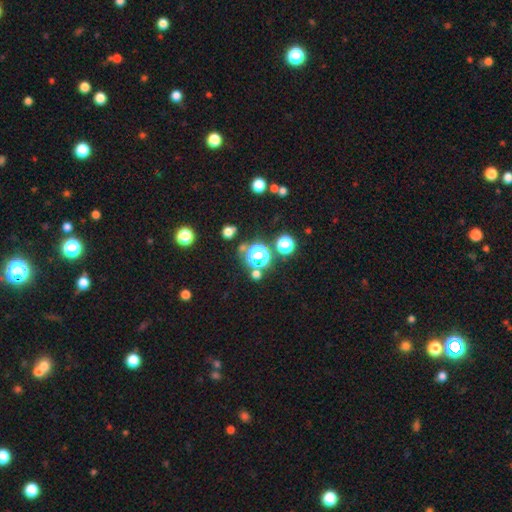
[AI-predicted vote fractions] Smooth or featured? Predicted: smooth (p=0.45). Merging? Predicted: none (p=0.70).